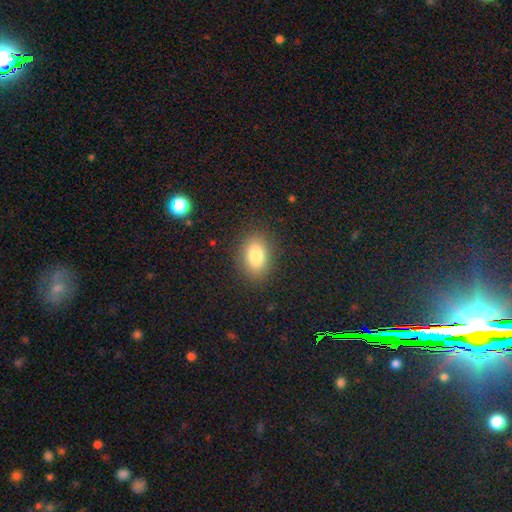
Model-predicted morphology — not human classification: This is clearly a smooth galaxy (83%). How rounded: clearly in between (82%). Merging: clearly none (86%).